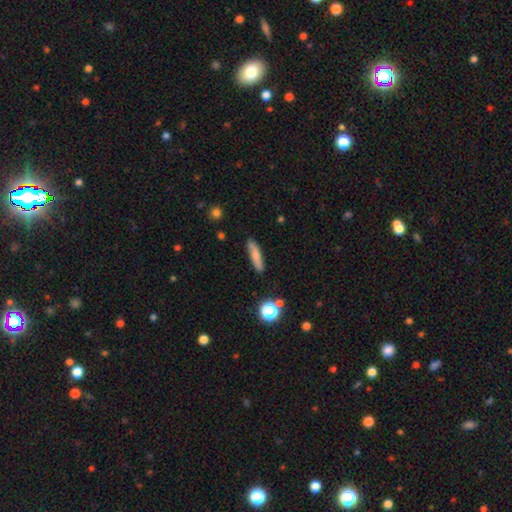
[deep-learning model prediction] Q: Smooth or featured?
A: smooth (70%); runner-up: featured or disk (22%)
Q: How rounded?
A: cigar-shaped (81%); runner-up: in between (16%)
Q: Merging?
A: none (86%); runner-up: minor disturbance (10%)